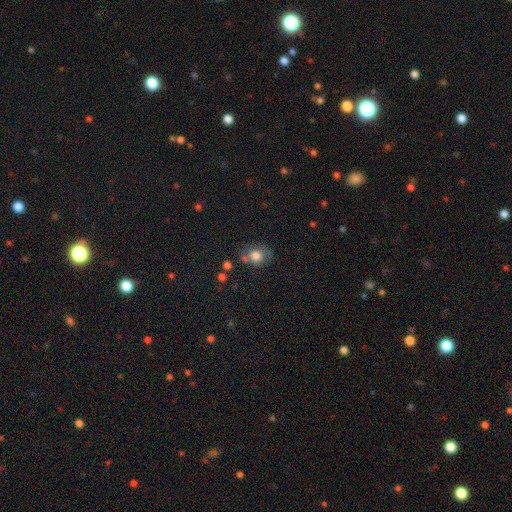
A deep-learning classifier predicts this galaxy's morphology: Smooth or featured? Predicted: smooth (p=0.67). How rounded? Predicted: round (p=0.55). Merging? Predicted: none (p=0.53).